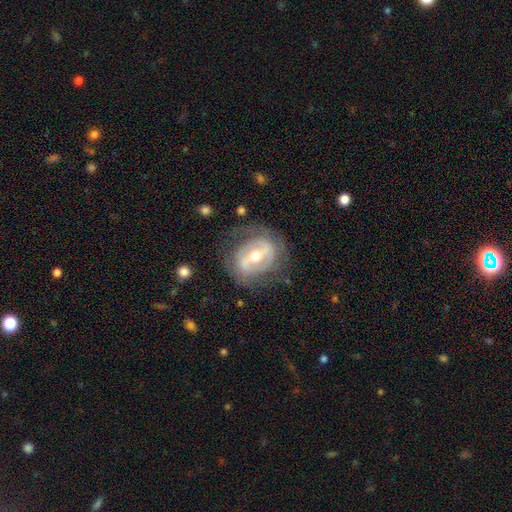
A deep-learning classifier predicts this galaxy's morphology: type=featured or disk (77%); edge-on=no (94%); bar=strong (56%); spiral arms=yes (60%); bulge=moderate (62%); merging=none (67%).